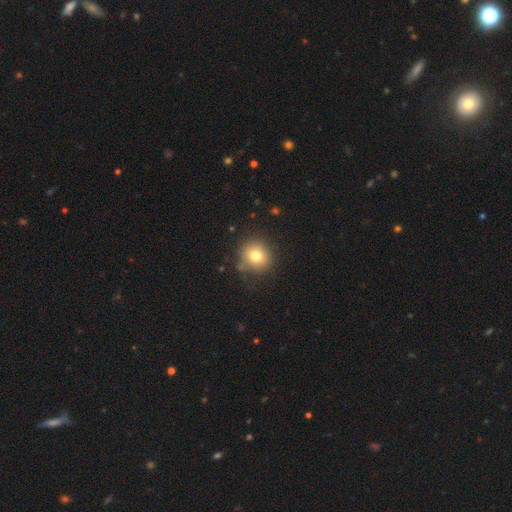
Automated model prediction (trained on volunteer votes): smooth-or-featured: smooth: 76% | star or artifact: 12% | featured or disk: 12%
  how-rounded: round: 89% | in between: 10% | cigar-shaped: 1%
  merging: none: 81% | minor disturbance: 13% | major disturbance: 4% | merger: 2%